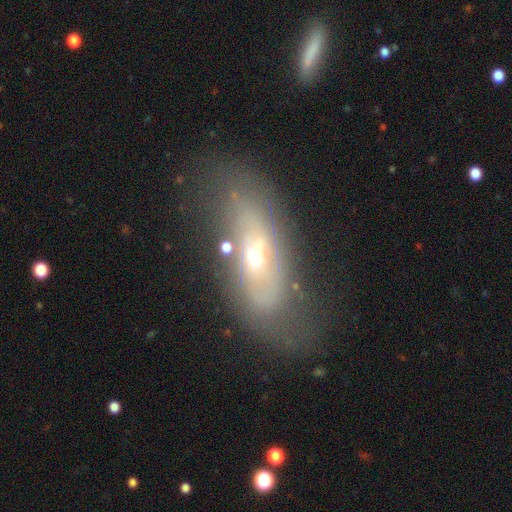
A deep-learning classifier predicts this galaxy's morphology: Q: Smooth or featured?
A: featured or disk (59%); runner-up: smooth (32%)
Q: Edge-on disk?
A: no (78%); runner-up: yes (22%)
Q: Merging?
A: none (55%); runner-up: minor disturbance (25%)